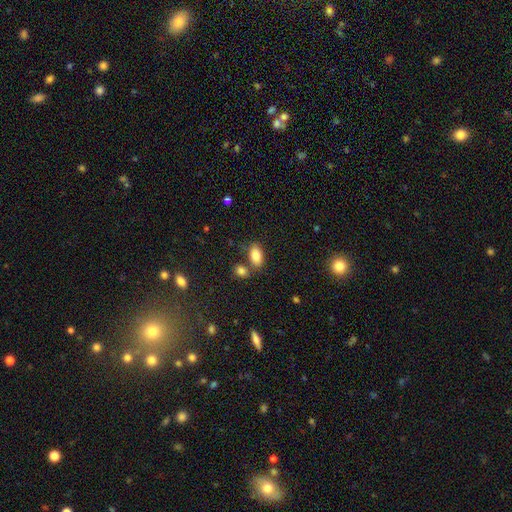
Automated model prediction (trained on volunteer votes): smooth_or_featured: smooth (p=0.85) [alt: star or artifact p=0.09]
how_rounded: in between (p=0.91) [alt: round p=0.05]
merging: none (p=0.64) [alt: merger p=0.19]